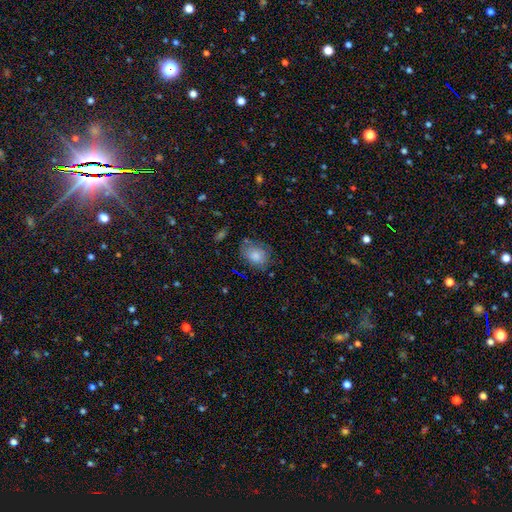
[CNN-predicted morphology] Smooth or featured? Predicted: smooth (p=0.80). How rounded? Predicted: in between (p=0.66). Merging? Predicted: none (p=0.67).